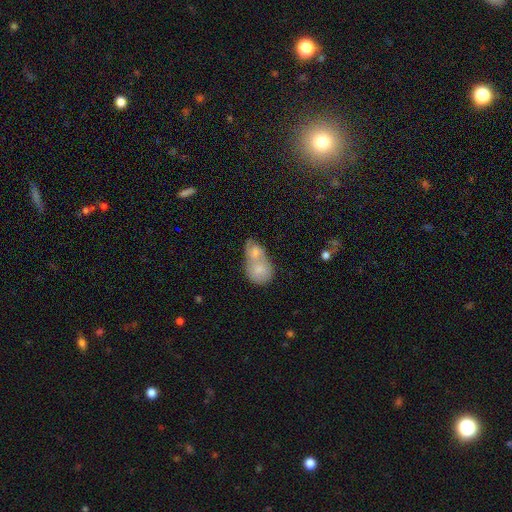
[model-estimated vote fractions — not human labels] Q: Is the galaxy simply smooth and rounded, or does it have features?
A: smooth — 66%.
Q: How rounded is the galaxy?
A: in between — 56%.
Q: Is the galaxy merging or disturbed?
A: merger — 74%.